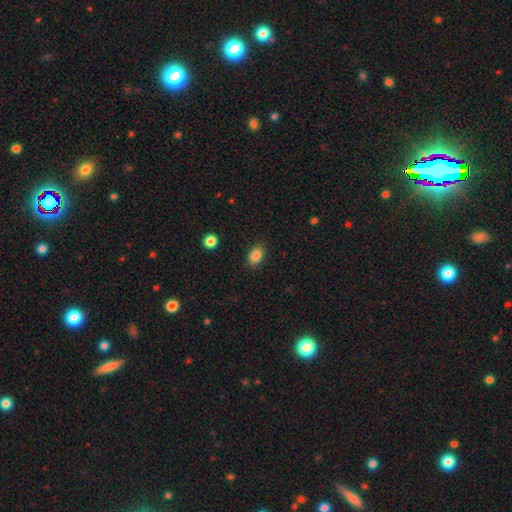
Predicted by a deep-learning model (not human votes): This appears to be a smooth galaxy with no disk features (85%) that is in between round and cigar-shaped (82%). Merging: none (87%).